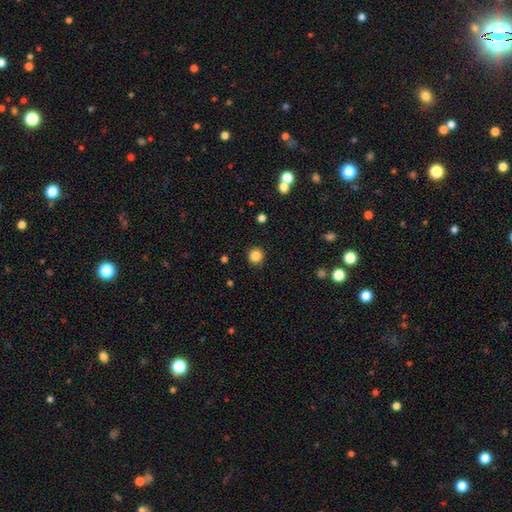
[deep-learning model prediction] This is clearly a smooth galaxy (85%). How rounded: clearly round (94%). Merging: clearly none (92%).